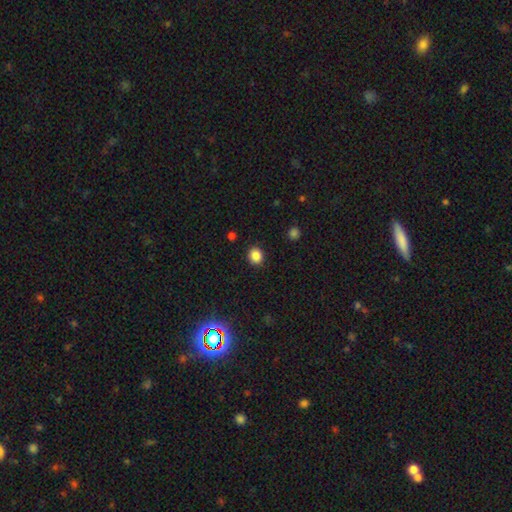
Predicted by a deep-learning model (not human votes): smooth_or_featured: smooth (p=0.85) [alt: star or artifact p=0.12]
how_rounded: round (p=0.80) [alt: in between p=0.19]
merging: none (p=0.90) [alt: minor disturbance p=0.07]